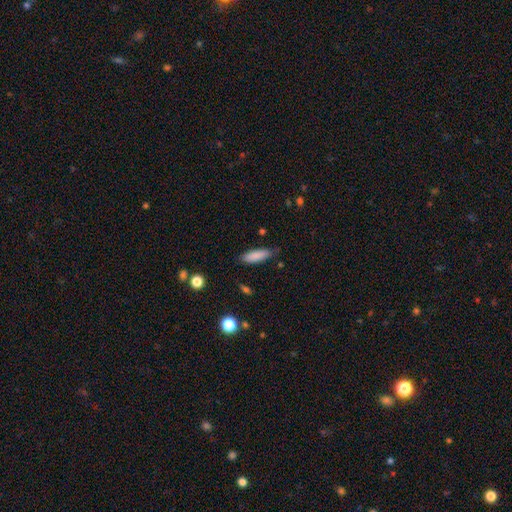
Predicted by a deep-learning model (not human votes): This is clearly a smooth galaxy (86%). How rounded: possibly cigar-shaped (52%). Merging: likely none (79%).